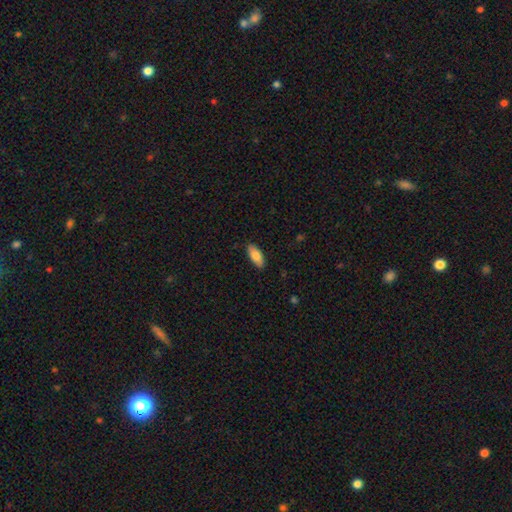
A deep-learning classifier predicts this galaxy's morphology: A smooth galaxy with no disk features (81%) that is in between round and cigar-shaped (82%).

Vote fractions:
- Smooth or featured? smooth: 81% / featured or disk: 13% / star or artifact: 6%
- How rounded? in between: 82% / cigar-shaped: 16% / round: 2%
- Merging? none: 88% / minor disturbance: 9% / major disturbance: 2% / merger: 1%